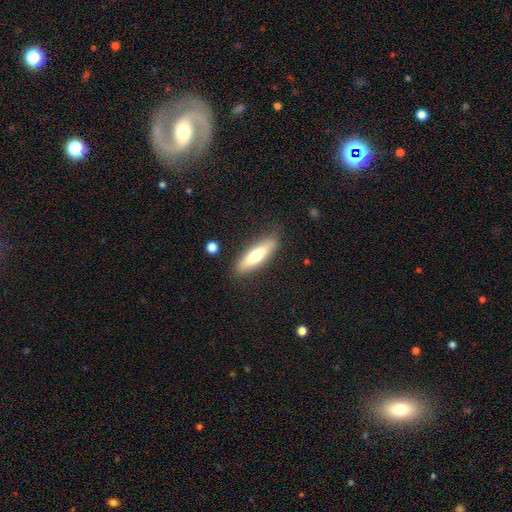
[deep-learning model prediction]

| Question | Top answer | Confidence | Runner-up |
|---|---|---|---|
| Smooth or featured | smooth | 63% | featured or disk (31%) |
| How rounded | cigar-shaped | 65% | in between (34%) |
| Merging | none | 84% | minor disturbance (12%) |